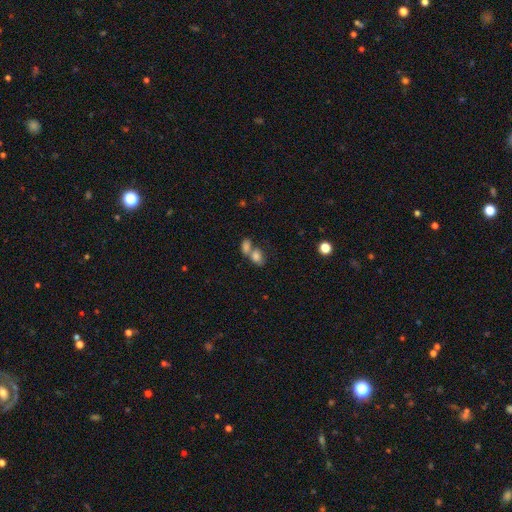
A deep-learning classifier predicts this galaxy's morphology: Smooth or featured? smooth (79%)
How rounded? in between (80%)
Merging? merger (62%)